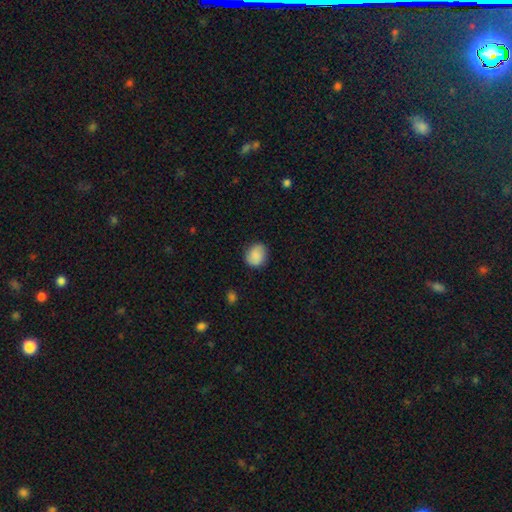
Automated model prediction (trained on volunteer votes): Smooth or featured? Predicted: smooth (p=0.86). How rounded? Predicted: round (p=0.64). Merging? Predicted: none (p=0.82).